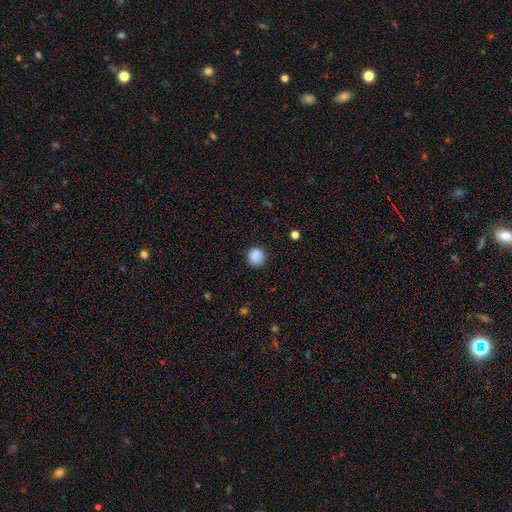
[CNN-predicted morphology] Smooth or featured?
  - smooth: 87% *
  - star or artifact: 9%
  - featured or disk: 4%
How rounded?
  - round: 90% *
  - in between: 9%
  - cigar-shaped: 1%
Merging?
  - none: 86% *
  - minor disturbance: 10%
  - major disturbance: 3%
  - merger: 1%